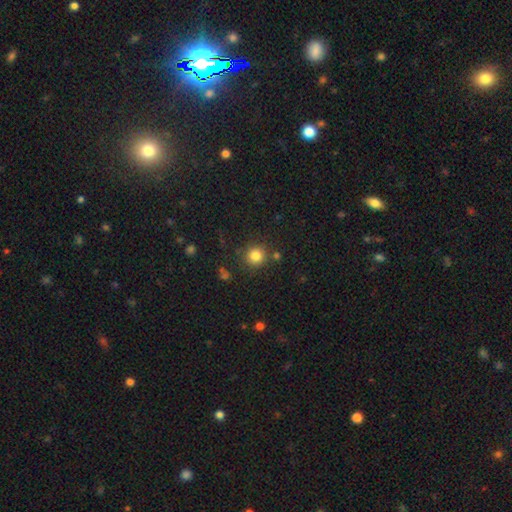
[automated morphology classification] smooth 82%, star or artifact 12%, featured or disk 5%. Down the decision tree: how rounded — round (93%); merging — none (84%).